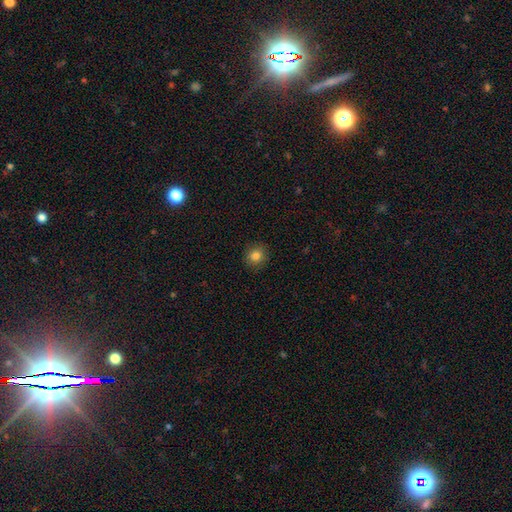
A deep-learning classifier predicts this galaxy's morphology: Overall: smooth (83%). How rounded: round (87%). Merging: none (91%).